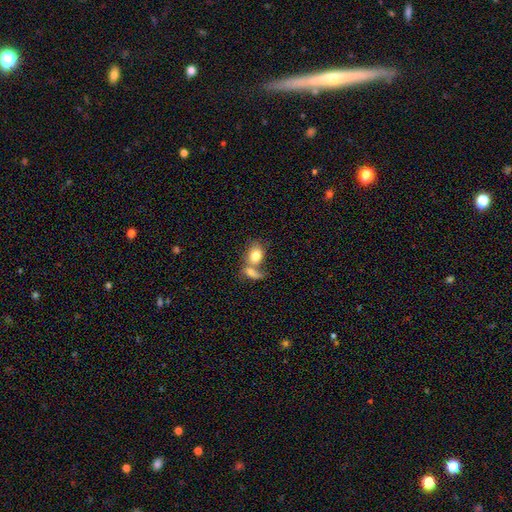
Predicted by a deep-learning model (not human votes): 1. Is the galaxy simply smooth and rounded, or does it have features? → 78% smooth, 15% featured or disk, 7% star or artifact.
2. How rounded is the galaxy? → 65% in between, 33% round, 2% cigar-shaped.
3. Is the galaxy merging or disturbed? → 65% merger, 21% none, 7% minor disturbance, 6% major disturbance.